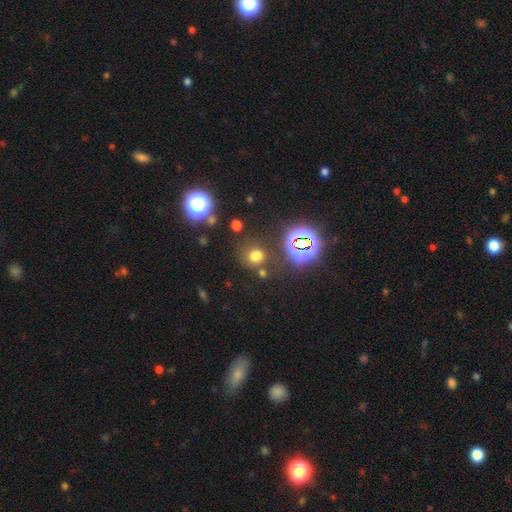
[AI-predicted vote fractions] Overall: smooth (64%; star or artifact 29%). How rounded: round (81%). Merging: none (73%).